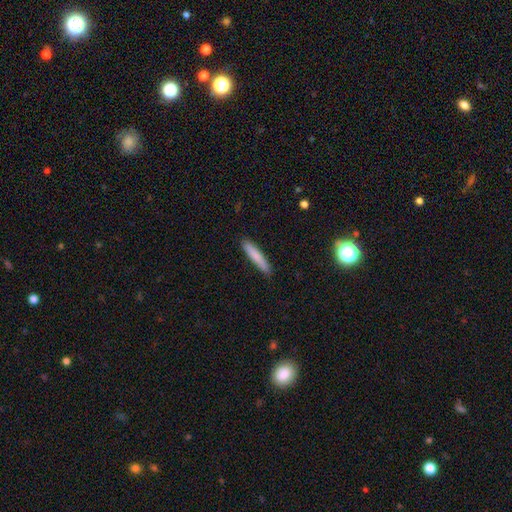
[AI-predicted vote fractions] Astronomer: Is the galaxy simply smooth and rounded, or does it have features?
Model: smooth — 81%.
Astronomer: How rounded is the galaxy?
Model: cigar-shaped — 91%.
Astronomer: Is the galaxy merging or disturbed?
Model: none — 87%.